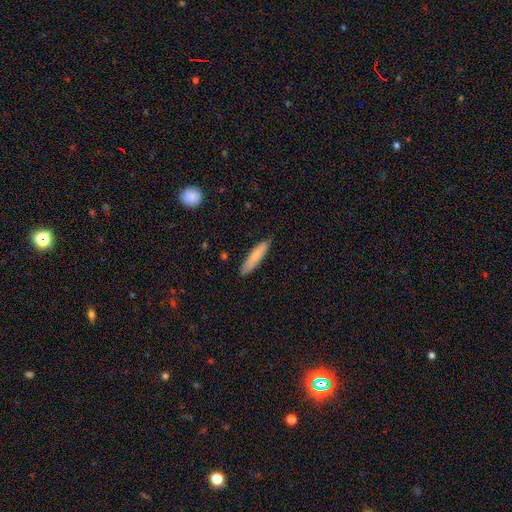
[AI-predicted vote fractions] Overall: smooth (75%). How rounded: cigar-shaped (82%). Merging: none (85%).